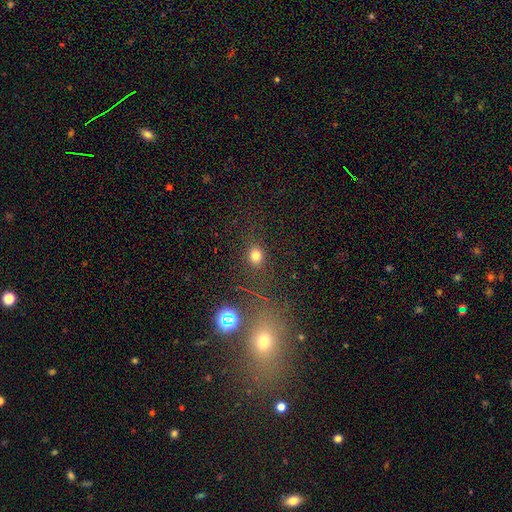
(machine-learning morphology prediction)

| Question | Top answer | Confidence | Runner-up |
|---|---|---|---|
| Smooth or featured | smooth | 75% | star or artifact (18%) |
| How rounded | round | 70% | in between (29%) |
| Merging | none | 83% | minor disturbance (9%) |